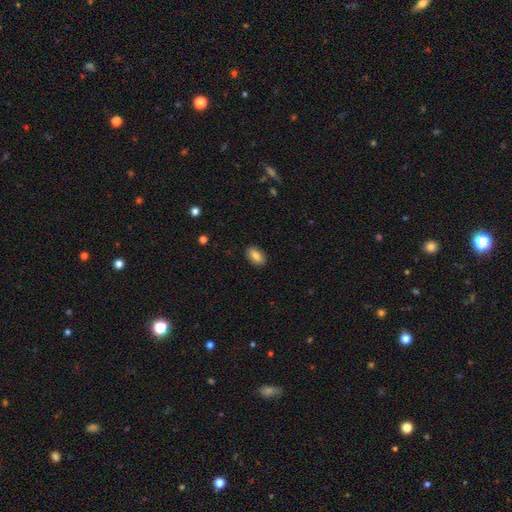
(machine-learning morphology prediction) Smooth or featured? Predicted: smooth (p=0.82). How rounded? Predicted: in between (p=0.91). Merging? Predicted: none (p=0.89).